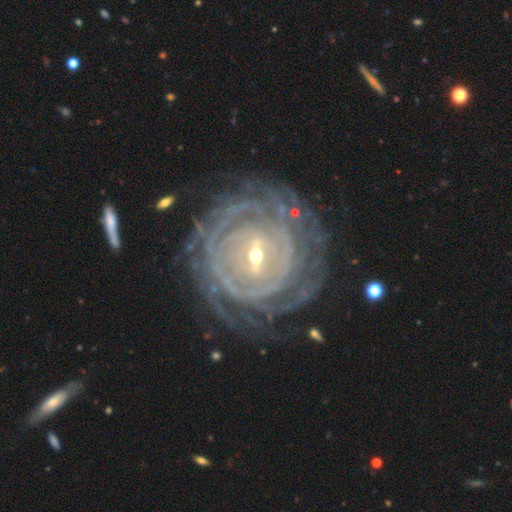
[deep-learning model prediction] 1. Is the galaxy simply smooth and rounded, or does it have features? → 89% featured or disk, 6% smooth, 5% star or artifact.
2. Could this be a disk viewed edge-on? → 96% no, 4% yes.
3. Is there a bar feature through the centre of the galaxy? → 45% strong, 42% weak, 14% no.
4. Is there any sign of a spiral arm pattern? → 95% yes, 5% no.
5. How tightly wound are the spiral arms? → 87% tight, 10% medium, 3% loose.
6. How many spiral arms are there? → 34% can't tell, 20% more than 4, 18% 4, 11% 2, 11% 3, 6% 1.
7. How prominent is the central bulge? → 62% small, 34% moderate, 2% large, 1% none, 1% dominant.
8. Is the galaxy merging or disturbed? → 78% none, 13% minor disturbance, 7% major disturbance, 2% merger.